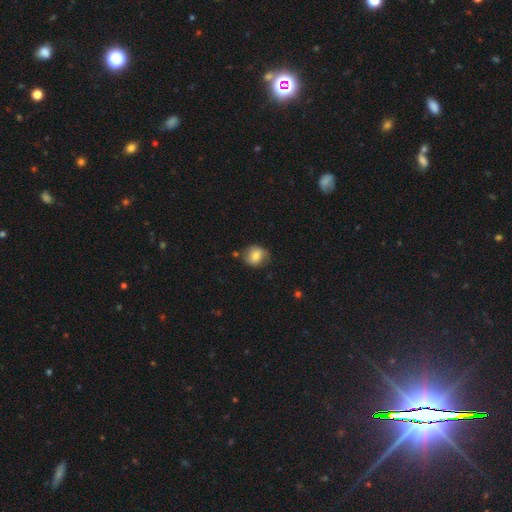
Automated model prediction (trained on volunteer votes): smooth_or_featured: smooth (p=0.74) [alt: featured or disk p=0.18]
how_rounded: round (p=0.71) [alt: in between p=0.28]
merging: none (p=0.71) [alt: minor disturbance p=0.20]